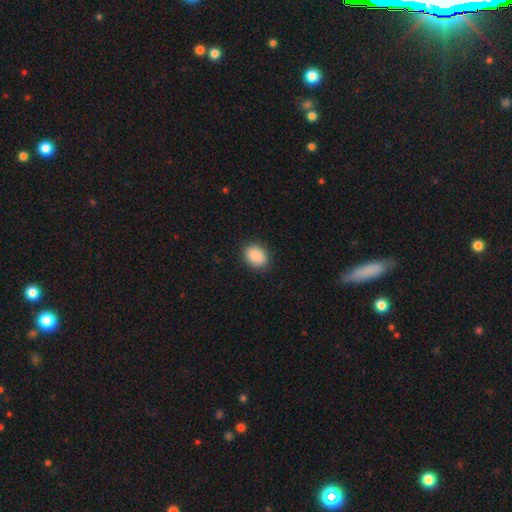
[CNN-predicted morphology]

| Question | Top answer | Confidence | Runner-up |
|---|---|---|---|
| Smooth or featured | smooth | 90% | star or artifact (7%) |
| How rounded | in between | 71% | round (27%) |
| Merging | none | 88% | minor disturbance (8%) |